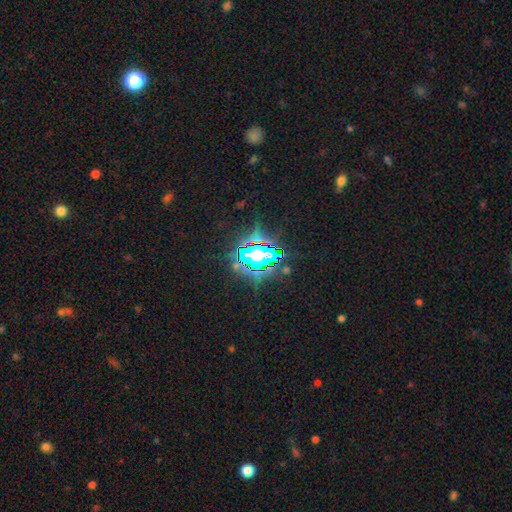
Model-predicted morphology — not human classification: smooth-or-featured: star or artifact: 78% | smooth: 12% | featured or disk: 10%